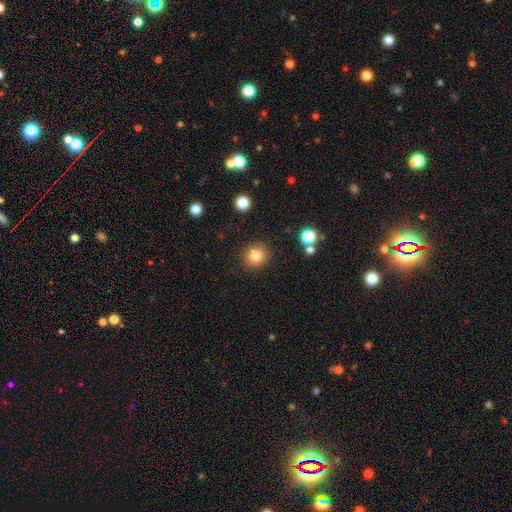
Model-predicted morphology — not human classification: Smooth or featured? smooth (83%)
How rounded? round (85%)
Merging? none (88%)